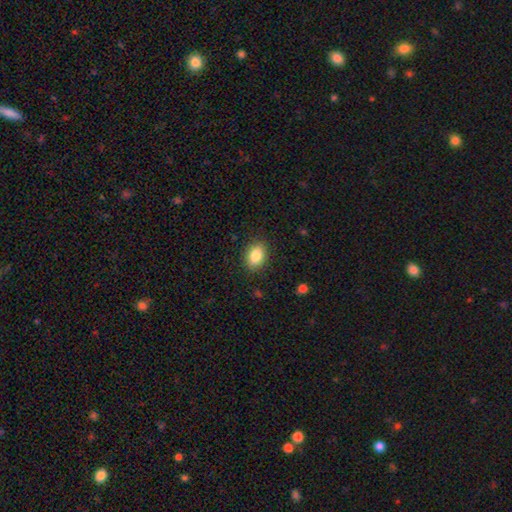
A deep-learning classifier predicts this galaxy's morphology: type=smooth (85%); roundness=in between (77%); merging=none (88%).